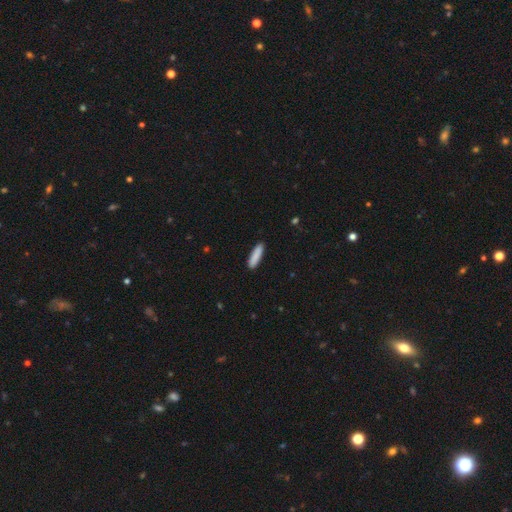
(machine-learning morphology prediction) This appears to be a smooth galaxy with no disk features (88%) that is cigar-shaped (75%). Merging: none (89%).